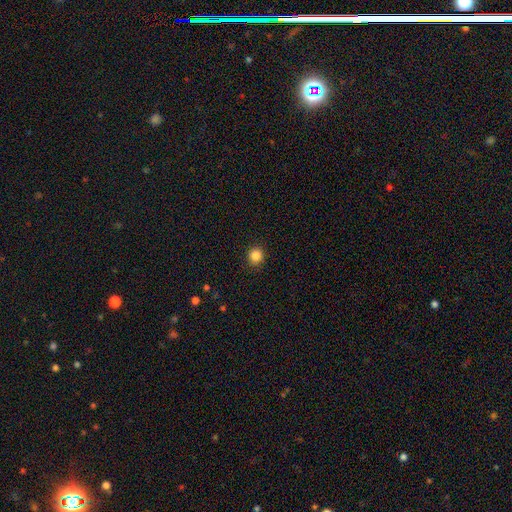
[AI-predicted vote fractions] A smooth galaxy with no disk features (85%) that is round (91%).

Vote fractions:
- Smooth or featured? smooth: 85% / star or artifact: 11% / featured or disk: 4%
- How rounded? round: 91% / in between: 8% / cigar-shaped: 1%
- Merging? none: 91% / minor disturbance: 6% / major disturbance: 2% / merger: 1%